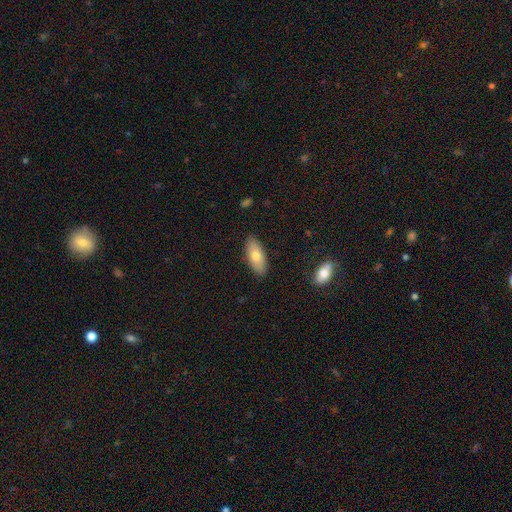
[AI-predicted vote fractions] A smooth galaxy with no disk features (71%) that is in between round and cigar-shaped (79%).

Vote fractions:
- Smooth or featured? smooth: 71% / featured or disk: 22% / star or artifact: 6%
- How rounded? in between: 79% / cigar-shaped: 18% / round: 2%
- Merging? none: 88% / minor disturbance: 9% / major disturbance: 2% / merger: 1%